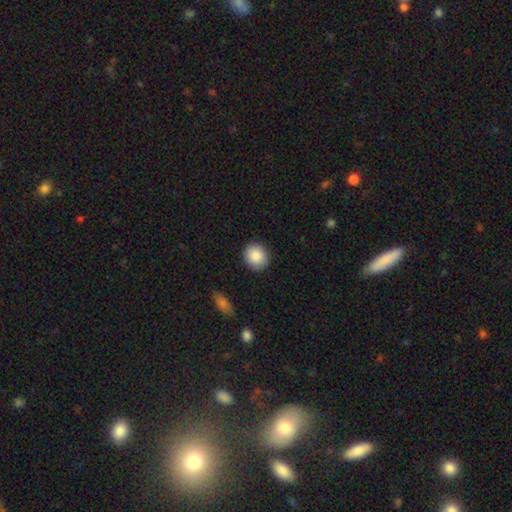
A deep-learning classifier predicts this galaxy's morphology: Smooth or featured?
  - smooth: 89% *
  - star or artifact: 7%
  - featured or disk: 4%
How rounded?
  - round: 82% *
  - in between: 17%
  - cigar-shaped: 1%
Merging?
  - none: 90% *
  - minor disturbance: 6%
  - major disturbance: 2%
  - merger: 1%